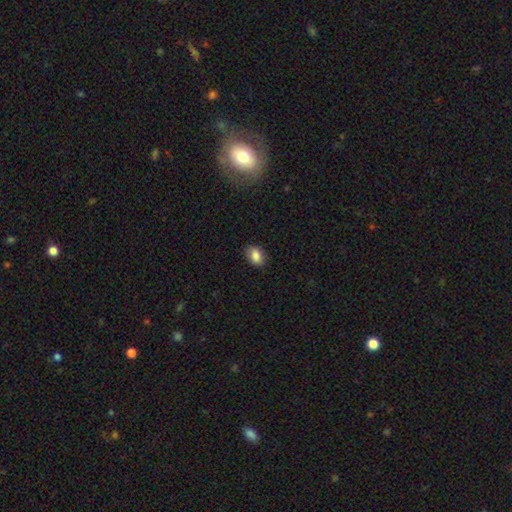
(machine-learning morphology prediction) smooth-or-featured: smooth: 85% | star or artifact: 8% | featured or disk: 7%
  how-rounded: in between: 75% | round: 24% | cigar-shaped: 1%
  merging: none: 84% | minor disturbance: 13% | major disturbance: 2% | merger: 1%